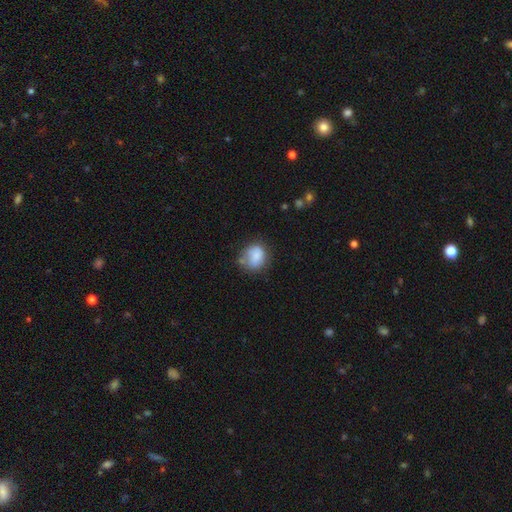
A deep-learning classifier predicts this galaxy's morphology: A smooth galaxy with no disk features (79%) that is round (58%). Merging: none (52%).